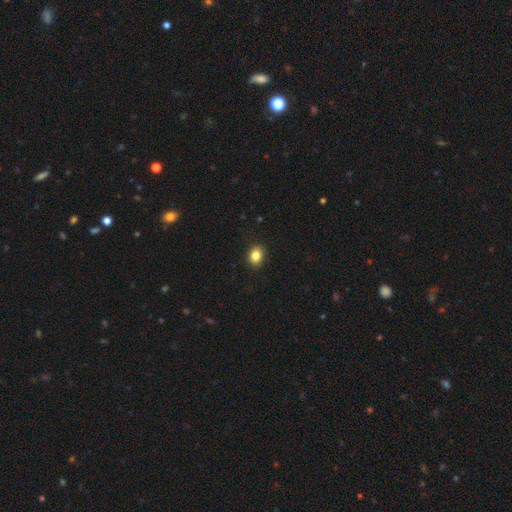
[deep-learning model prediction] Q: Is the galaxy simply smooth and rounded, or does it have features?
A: smooth — 84%.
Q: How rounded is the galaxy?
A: in between — 54%.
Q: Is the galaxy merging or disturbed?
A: none — 90%.